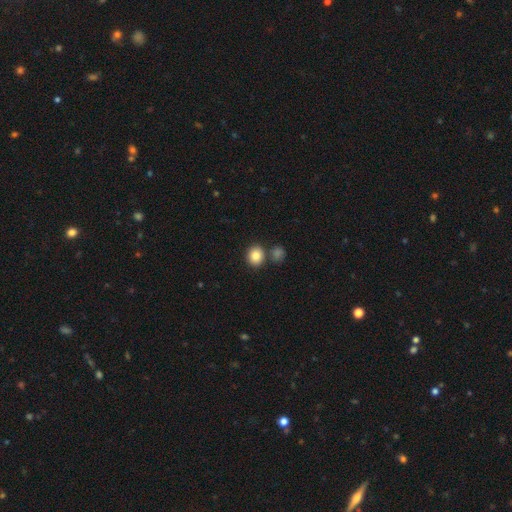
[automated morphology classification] Q: Smooth or featured?
A: smooth (86%); runner-up: star or artifact (9%)
Q: How rounded?
A: round (78%); runner-up: in between (21%)
Q: Merging?
A: none (74%); runner-up: merger (14%)